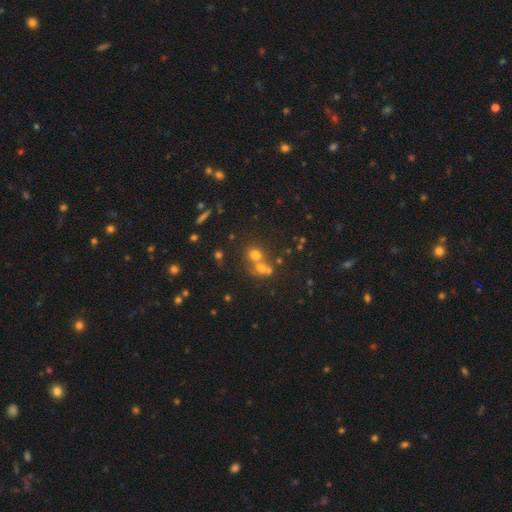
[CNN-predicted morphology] Overall: smooth (54%; star or artifact 29%). How rounded: round (78%). Merging: merger (50%; none 40%).